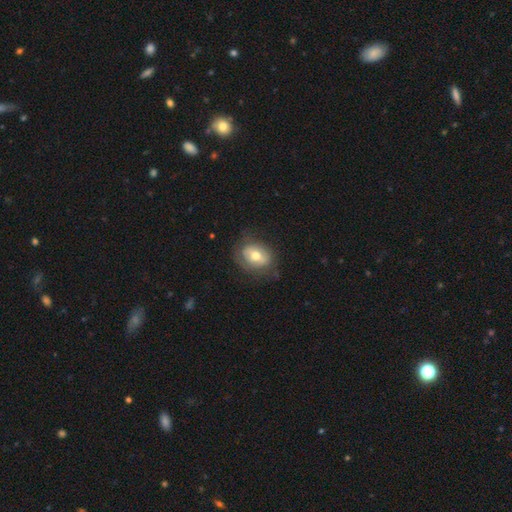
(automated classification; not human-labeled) Overall: smooth (50%; featured or disk 42%). How rounded: in between (62%; round 36%). Merging: none (67%).